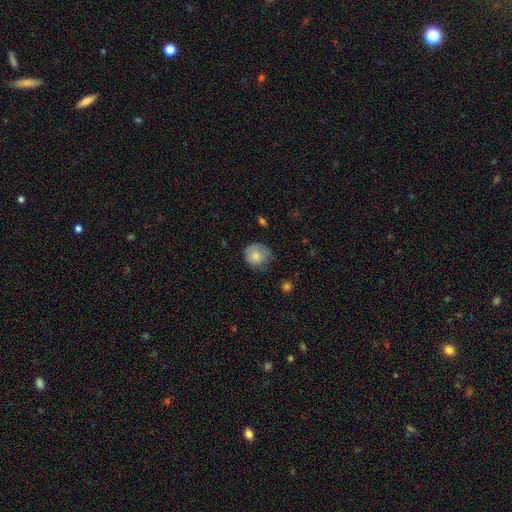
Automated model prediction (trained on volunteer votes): This is clearly a smooth galaxy (81%). How rounded: clearly round (85%). Merging: possibly none (59%).